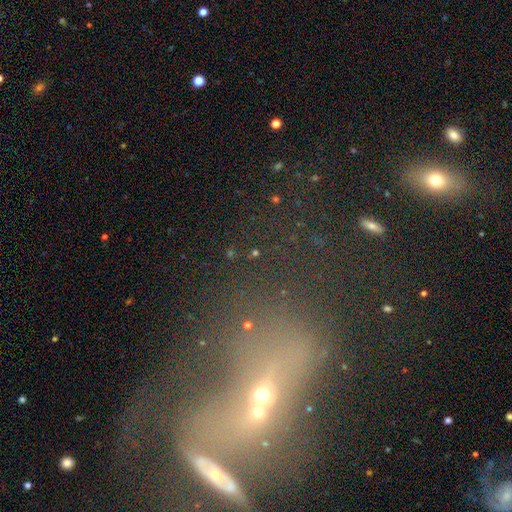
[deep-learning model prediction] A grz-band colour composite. It shows a featured or disk galaxy (40%). Merging: merger (49%).